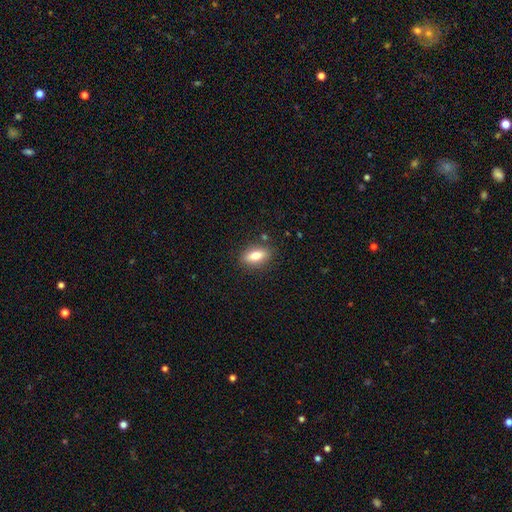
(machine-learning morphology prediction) This appears to be a smooth galaxy with no disk features (76%) that is in between round and cigar-shaped (82%). Merging: none (85%).